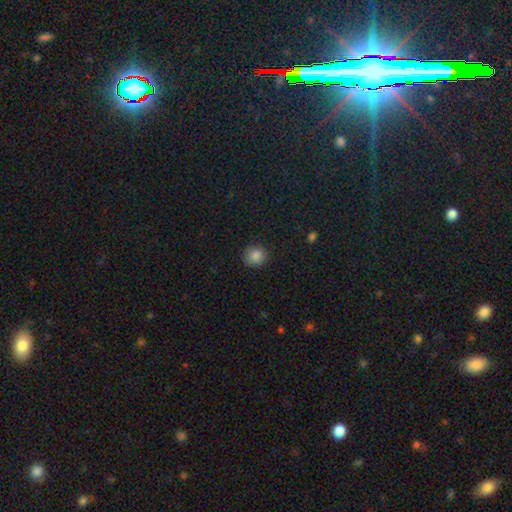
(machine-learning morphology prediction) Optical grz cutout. It shows a smooth galaxy with no disk features (86%) that is round (88%). Merging: none (87%).